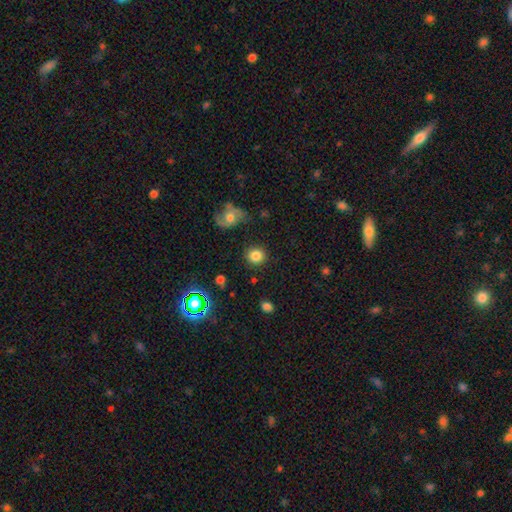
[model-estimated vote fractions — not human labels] Smooth or featured? smooth (82%)
How rounded? round (88%)
Merging? none (85%)